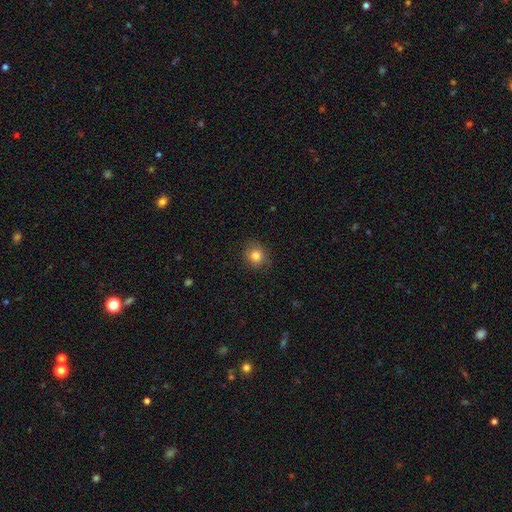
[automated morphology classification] type=smooth (82%); roundness=round (81%); merging=none (85%).